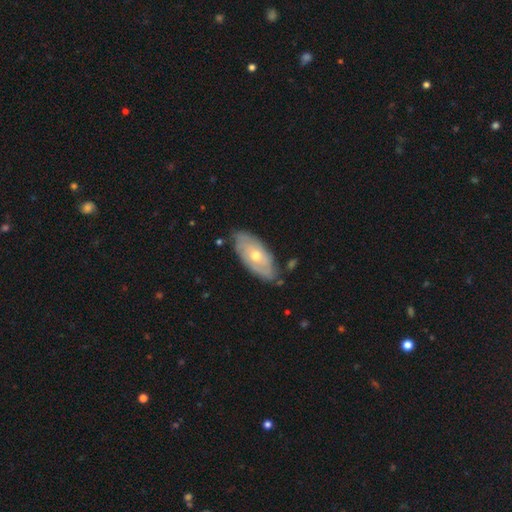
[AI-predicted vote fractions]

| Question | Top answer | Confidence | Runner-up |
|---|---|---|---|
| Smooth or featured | featured or disk | 58% | smooth (36%) |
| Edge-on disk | no | 85% | yes (15%) |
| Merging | none | 76% | minor disturbance (18%) |